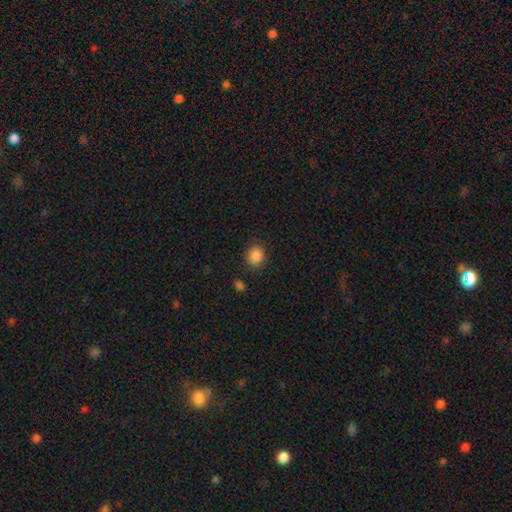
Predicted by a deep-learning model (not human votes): This appears to be a smooth galaxy with no disk features (87%) that is round (70%). Merging: none (85%).